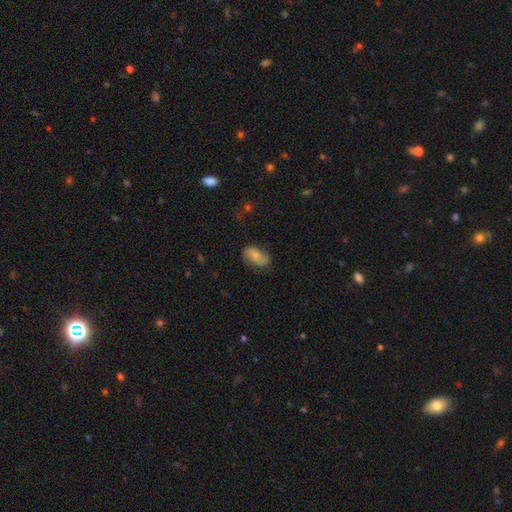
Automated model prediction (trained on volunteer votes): smooth_or_featured: smooth (p=0.62) [alt: featured or disk p=0.31]
how_rounded: in between (p=0.90) [alt: round p=0.08]
merging: none (p=0.66) [alt: minor disturbance p=0.24]